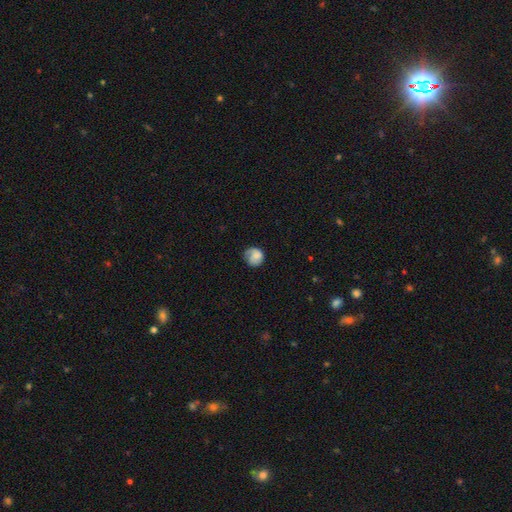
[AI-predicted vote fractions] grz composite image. It shows a smooth galaxy with no disk features (65%) that is round (79%). Merging: none (57%).